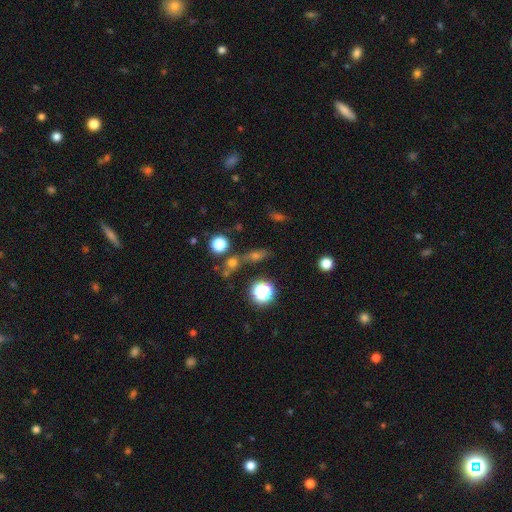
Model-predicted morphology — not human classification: Smooth or featured? smooth (48%)
Merging? none (68%)